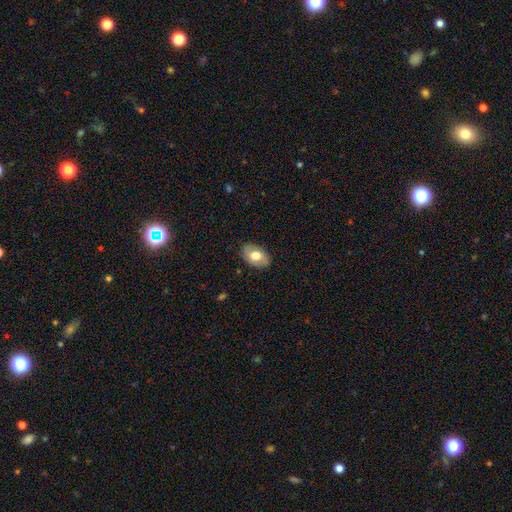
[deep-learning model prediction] Smooth or featured: smooth — 62% (featured or disk — 32%)
How rounded: in between — 88% (round — 11%)
Merging: none — 83% (minor disturbance — 13%)